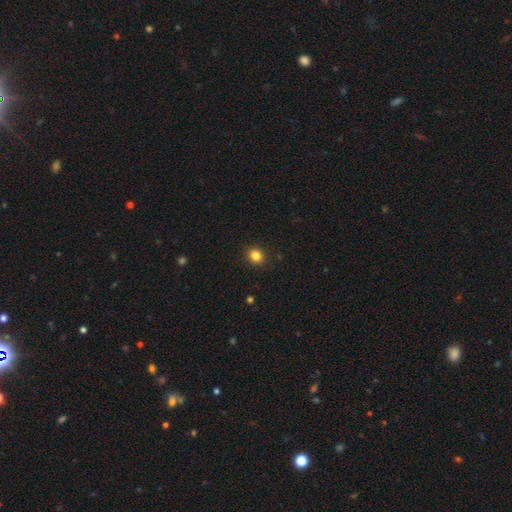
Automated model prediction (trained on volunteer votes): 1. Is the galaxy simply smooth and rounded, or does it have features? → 84% smooth, 12% star or artifact, 4% featured or disk.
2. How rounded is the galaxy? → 78% round, 21% in between, 1% cigar-shaped.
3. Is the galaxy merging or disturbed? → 91% none, 6% minor disturbance, 2% major disturbance, 1% merger.